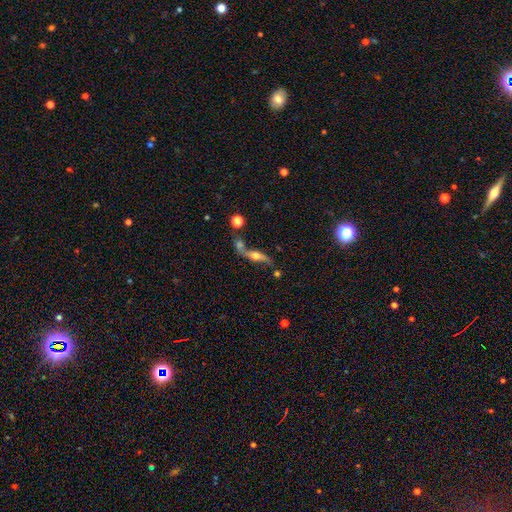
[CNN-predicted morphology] type=featured or disk (72%); edge-on=no (51%); merging=none (48%).